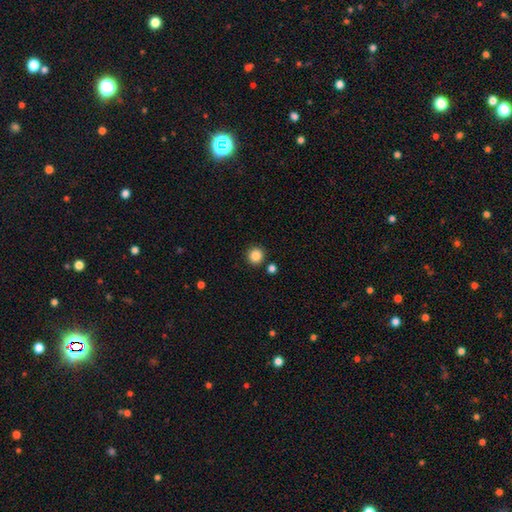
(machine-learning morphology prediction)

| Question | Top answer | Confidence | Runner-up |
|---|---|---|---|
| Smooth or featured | smooth | 86% | star or artifact (10%) |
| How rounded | round | 94% | in between (5%) |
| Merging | none | 87% | minor disturbance (6%) |